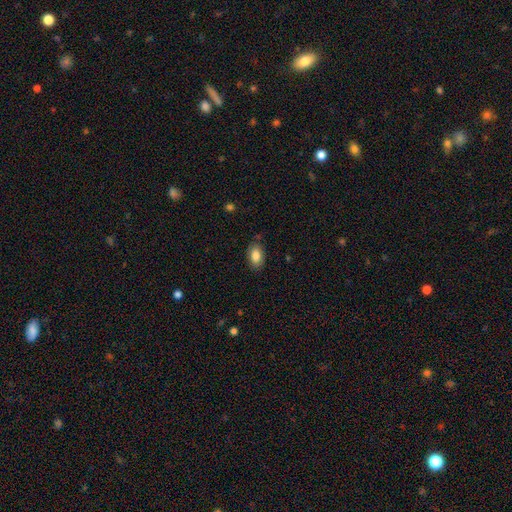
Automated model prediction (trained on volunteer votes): Overall: smooth (85%). How rounded: in between (92%). Merging: none (83%).